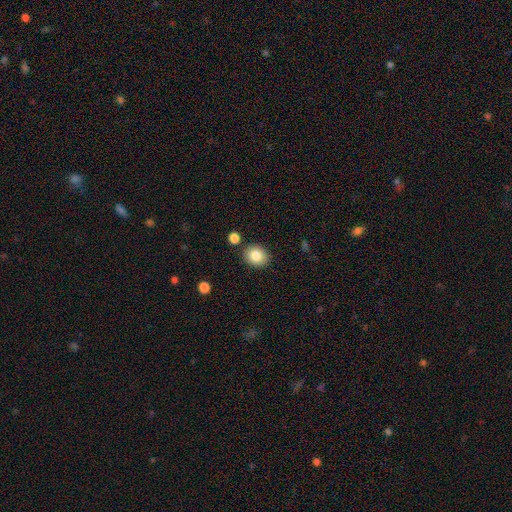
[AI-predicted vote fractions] The model was most divided on "how rounded": round: 64%, in between: 35%, cigar-shaped: 1%. More confident: merging — none (85%); smooth or featured — smooth (84%).